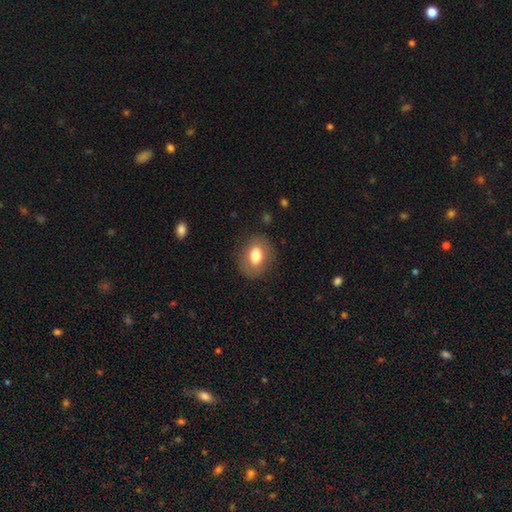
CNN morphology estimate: smooth 74%, featured or disk 18%, star or artifact 8%. Down the decision tree: how rounded — in between (67%); merging — none (83%).